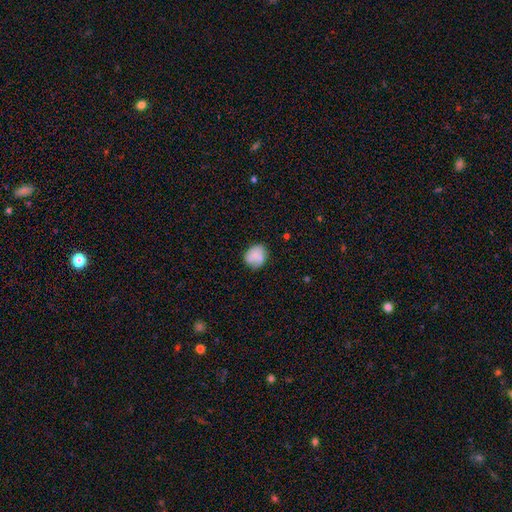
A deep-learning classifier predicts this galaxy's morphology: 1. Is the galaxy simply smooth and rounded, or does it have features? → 76% smooth, 16% featured or disk, 8% star or artifact.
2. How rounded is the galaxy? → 65% round, 34% in between, 1% cigar-shaped.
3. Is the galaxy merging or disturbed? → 65% none, 24% minor disturbance, 7% major disturbance, 3% merger.